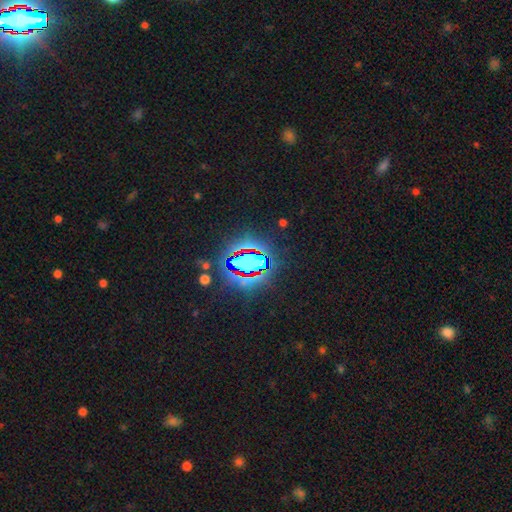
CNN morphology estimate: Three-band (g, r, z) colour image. It shows a star or artifact, not a galaxy (81%).